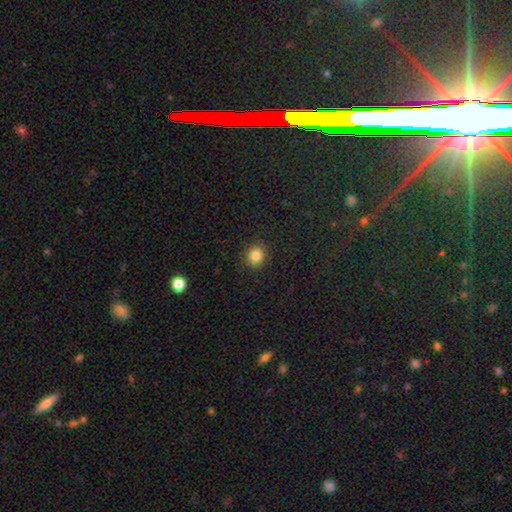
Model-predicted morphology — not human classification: Q: Smooth or featured?
A: smooth (84%); runner-up: star or artifact (11%)
Q: How rounded?
A: round (81%); runner-up: in between (18%)
Q: Merging?
A: none (90%); runner-up: minor disturbance (7%)